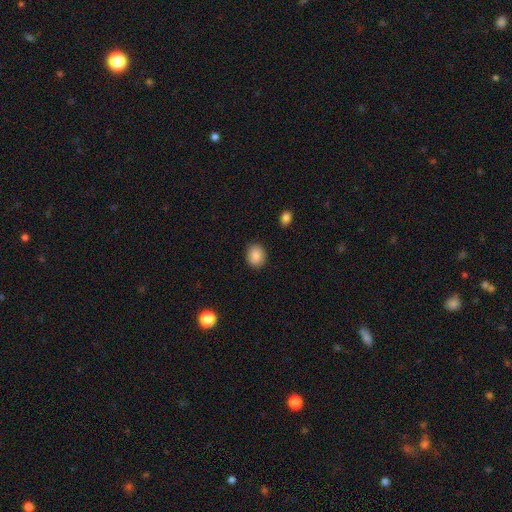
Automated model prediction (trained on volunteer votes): A smooth galaxy with no disk features (88%) that is round (60%).

Vote fractions:
- Smooth or featured? smooth: 88% / star or artifact: 8% / featured or disk: 4%
- How rounded? round: 60% / in between: 39% / cigar-shaped: 1%
- Merging? none: 88% / minor disturbance: 8% / major disturbance: 2% / merger: 1%